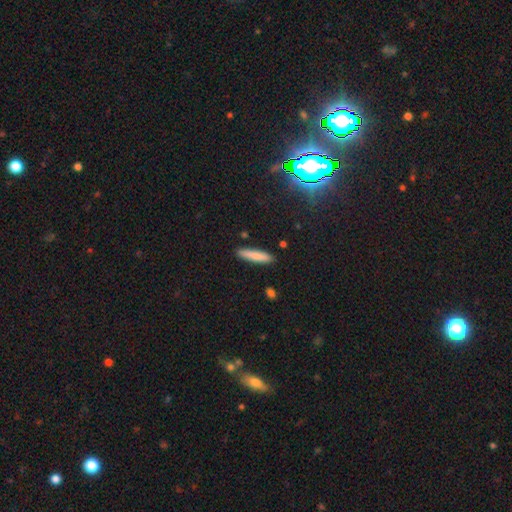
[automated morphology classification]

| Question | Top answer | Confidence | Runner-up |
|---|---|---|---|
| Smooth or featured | smooth | 81% | featured or disk (13%) |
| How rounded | cigar-shaped | 87% | in between (12%) |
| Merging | none | 89% | minor disturbance (8%) |